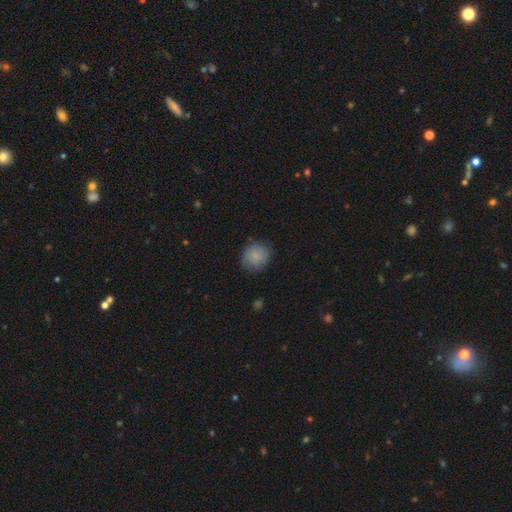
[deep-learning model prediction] Q: Smooth or featured?
A: smooth (82%); runner-up: featured or disk (10%)
Q: How rounded?
A: round (85%); runner-up: in between (14%)
Q: Merging?
A: none (77%); runner-up: minor disturbance (18%)